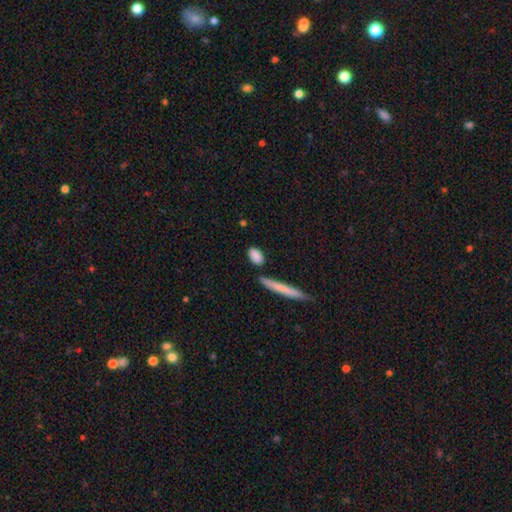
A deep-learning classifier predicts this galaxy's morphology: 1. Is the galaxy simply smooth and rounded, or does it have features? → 86% smooth, 8% featured or disk, 6% star or artifact.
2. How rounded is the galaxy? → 79% in between, 14% cigar-shaped, 7% round.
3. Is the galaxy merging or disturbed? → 77% none, 12% minor disturbance, 7% merger, 3% major disturbance.